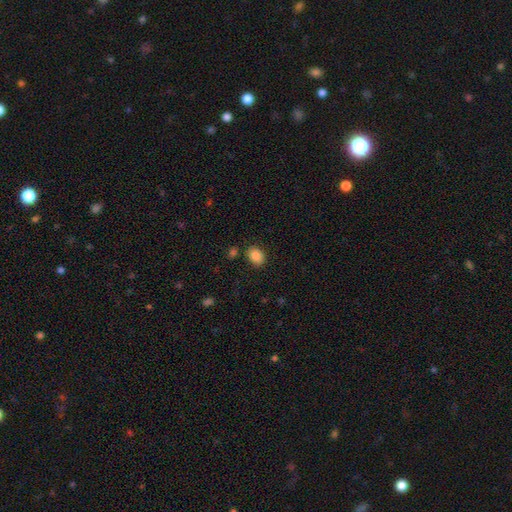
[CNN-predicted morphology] This appears to be a smooth galaxy with no disk features (87%) that is in between round and cigar-shaped (67%). Merging: none (81%).